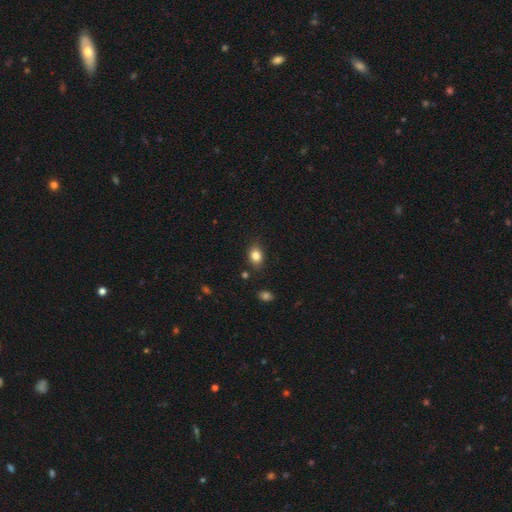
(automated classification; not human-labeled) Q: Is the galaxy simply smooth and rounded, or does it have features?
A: smooth — 83%.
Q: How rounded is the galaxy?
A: in between — 66%.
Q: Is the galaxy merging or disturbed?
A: none — 83%.